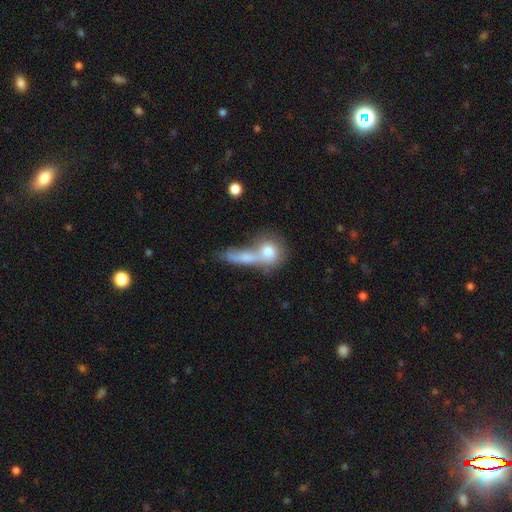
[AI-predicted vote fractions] Smooth or featured: smooth — 60% (featured or disk — 28%)
How rounded: round — 49% (in between — 29%)
Merging: merger — 50% (none — 33%)